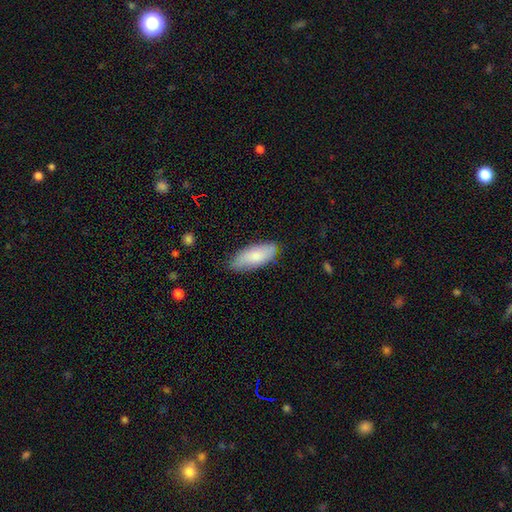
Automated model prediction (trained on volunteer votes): Smooth or featured? smooth (80%)
How rounded? in between (79%)
Merging? none (78%)